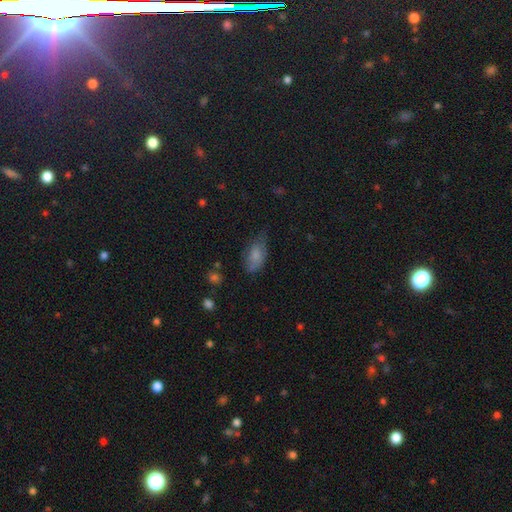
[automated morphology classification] This appears to be a smooth galaxy with no disk features (76%) that is in between round and cigar-shaped (89%). Merging: none (49%).